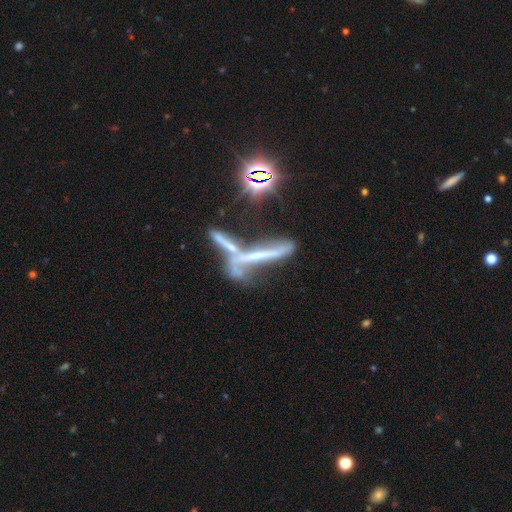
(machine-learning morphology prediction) A featured or disk galaxy (62%) viewed edge-on (58%).

Vote fractions:
- Smooth or featured? featured or disk: 62% / star or artifact: 20% / smooth: 17%
- Edge-on disk? yes: 58% / no: 42%
- Merging? merger: 46% / none: 23% / major disturbance: 19% / minor disturbance: 12%